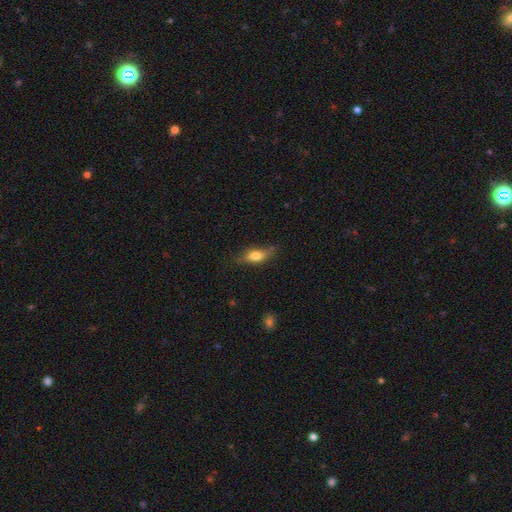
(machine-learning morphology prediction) smooth-or-featured: smooth: 65% | featured or disk: 28% | star or artifact: 8%
  how-rounded: in between: 70% | cigar-shaped: 25% | round: 5%
  merging: none: 68% | minor disturbance: 24% | major disturbance: 6% | merger: 2%